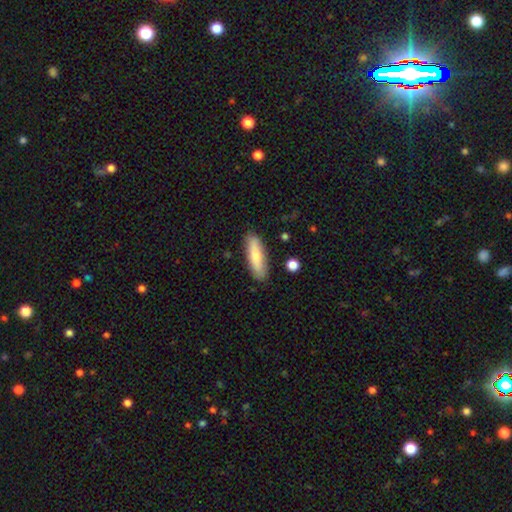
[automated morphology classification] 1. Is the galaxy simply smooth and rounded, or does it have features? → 69% smooth, 26% featured or disk, 6% star or artifact.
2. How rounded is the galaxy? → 57% cigar-shaped, 41% in between, 2% round.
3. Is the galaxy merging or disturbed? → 85% none, 11% minor disturbance, 2% major disturbance, 2% merger.